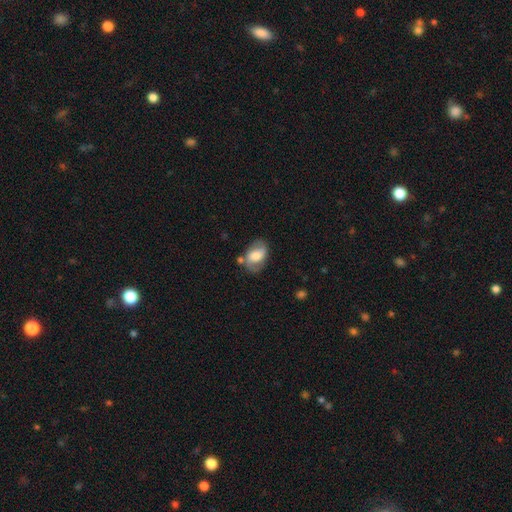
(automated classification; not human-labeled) Smooth or featured? smooth (48%)
Merging? none (65%)